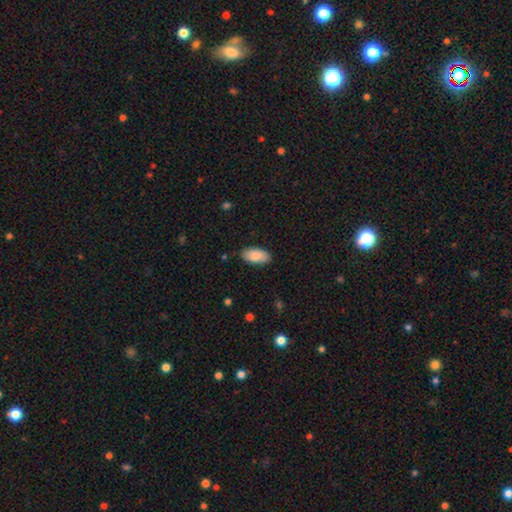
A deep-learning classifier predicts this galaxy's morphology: Q: Smooth or featured?
A: smooth (86%); runner-up: featured or disk (8%)
Q: How rounded?
A: in between (94%); runner-up: cigar-shaped (3%)
Q: Merging?
A: none (86%); runner-up: minor disturbance (11%)